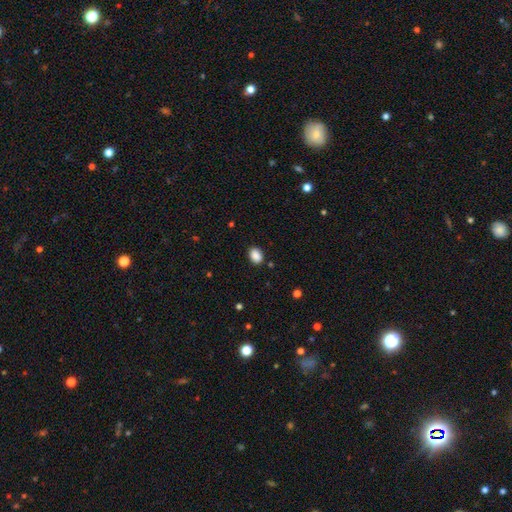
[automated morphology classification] smooth-or-featured: smooth: 88% | star or artifact: 9% | featured or disk: 3%
  how-rounded: in between: 72% | round: 27% | cigar-shaped: 1%
  merging: none: 87% | minor disturbance: 9% | major disturbance: 2% | merger: 1%